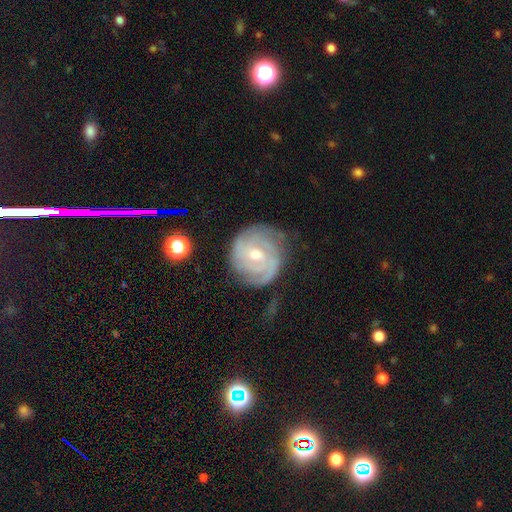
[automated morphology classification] The model was most divided on "spiral arm count": 2: 30%, can't tell: 27%, 3: 24%, 4: 9%, 1: 5%, more than 4: 5%. Remaining: edge-on disk — no (98%); spiral arms — yes (96%); smooth or featured — featured or disk (85%); spiral winding — tight (74%); merging — none (71%); bulge size — moderate (58%); bar — no (49%).